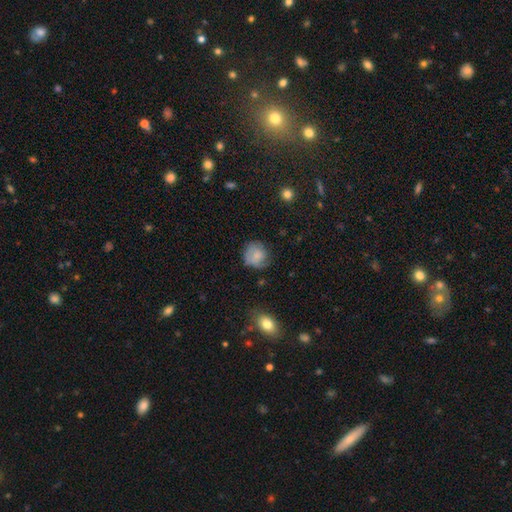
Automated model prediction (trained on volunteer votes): Smooth or featured: smooth — 71% (featured or disk — 21%)
How rounded: round — 80% (in between — 19%)
Merging: none — 62% (minor disturbance — 26%)